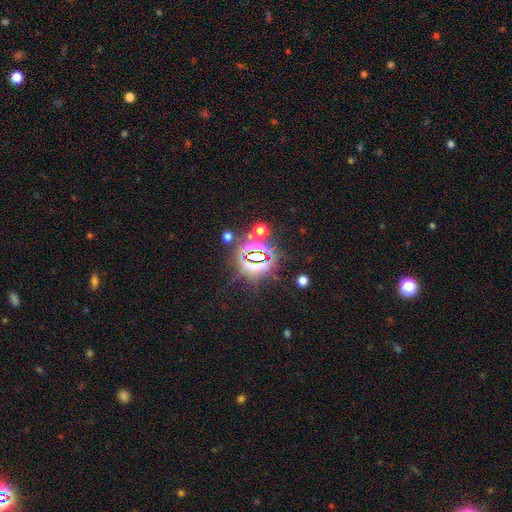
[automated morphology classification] Overall: star or artifact (78%).